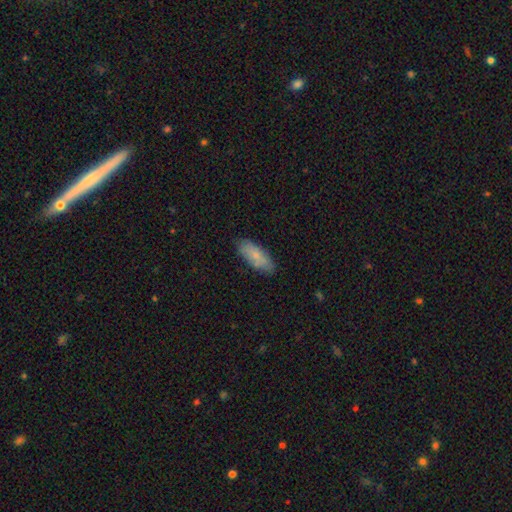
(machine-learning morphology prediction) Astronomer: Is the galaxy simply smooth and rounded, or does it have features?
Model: smooth — 76%.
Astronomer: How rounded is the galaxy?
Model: in between — 75%.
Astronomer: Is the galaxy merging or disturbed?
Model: none — 81%.